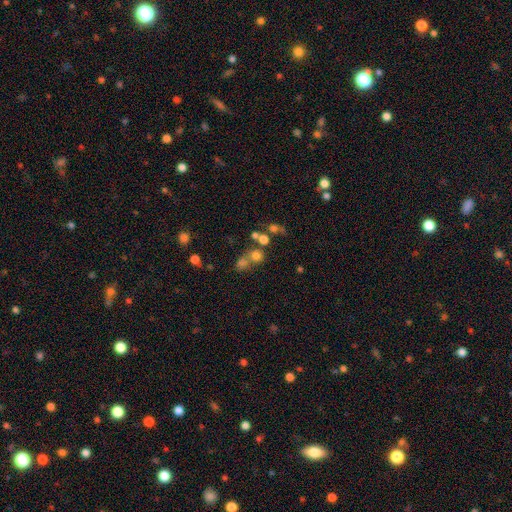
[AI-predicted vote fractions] Smooth or featured? Predicted: smooth (p=0.67). How rounded? Predicted: round (p=0.83). Merging? Predicted: none (p=0.47).